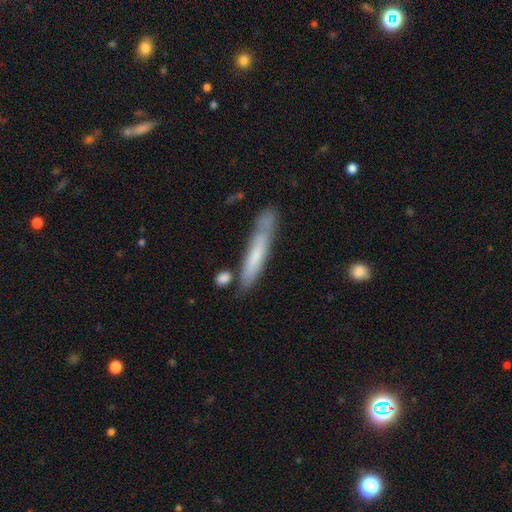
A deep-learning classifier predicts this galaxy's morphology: The model was most divided on "smooth or featured": smooth: 58%, featured or disk: 36%, star or artifact: 6%. More confident: how rounded — cigar-shaped (91%); merging — none (64%).